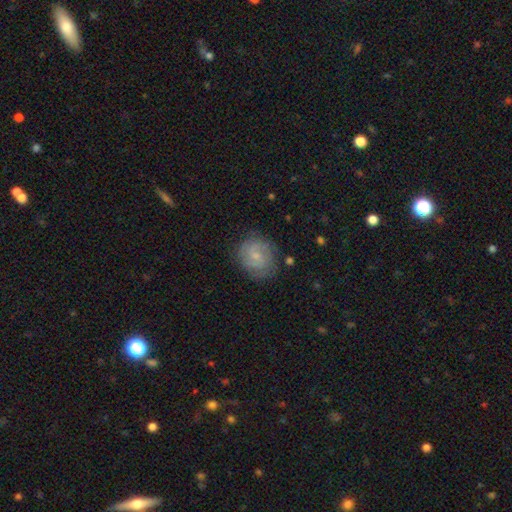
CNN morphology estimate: Smooth or featured? Predicted: featured or disk (p=0.63). Edge-on disk? Predicted: no (p=0.98). Bar? Predicted: weak (p=0.51). Spiral arms? Predicted: yes (p=0.90). Spiral winding? Predicted: tight (p=0.46). Spiral arm count? Predicted: 2 (p=0.66). Bulge size? Predicted: small (p=0.64). Merging? Predicted: none (p=0.76).